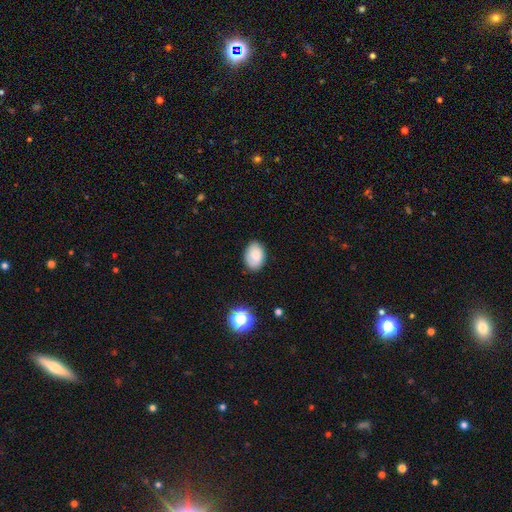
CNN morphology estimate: This is clearly a smooth galaxy (84%). How rounded: clearly in between (84%). Merging: clearly none (81%).